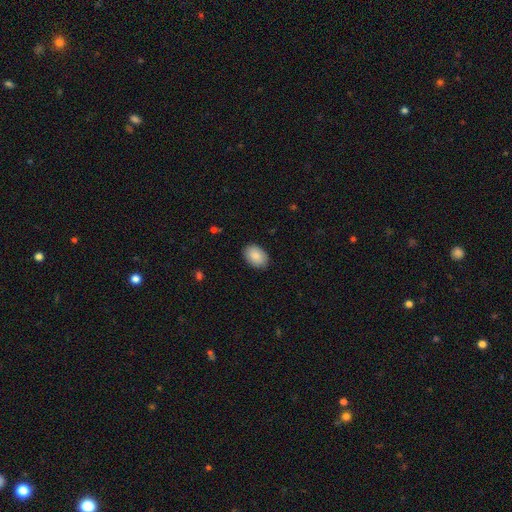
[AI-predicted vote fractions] smooth 89%, star or artifact 6%, featured or disk 4%. Down the decision tree: how rounded — in between (86%); merging — none (88%).